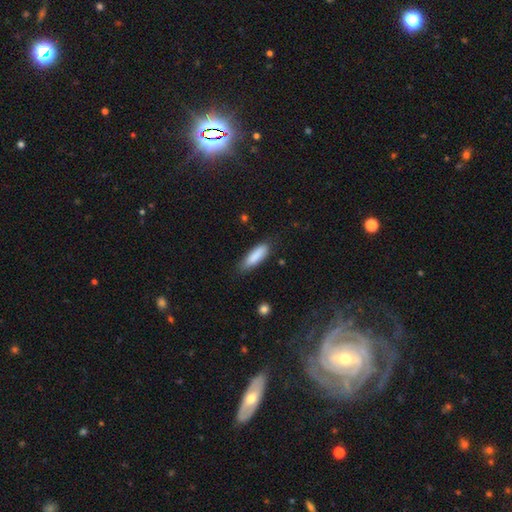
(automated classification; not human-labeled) Smooth or featured? Predicted: smooth (p=0.87). How rounded? Predicted: cigar-shaped (p=0.55). Merging? Predicted: none (p=0.77).